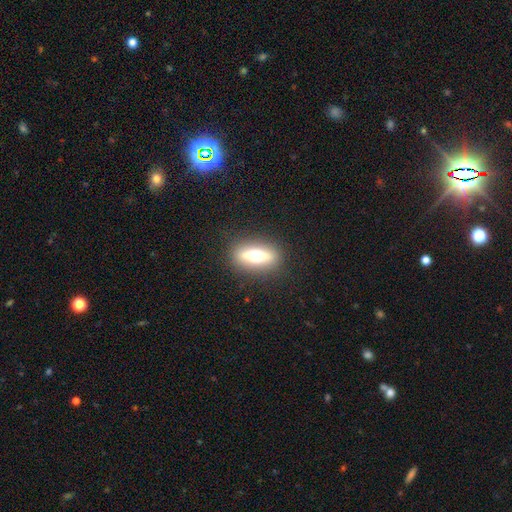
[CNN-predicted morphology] This appears to be a smooth galaxy with no disk features (49%). Merging: none (87%).